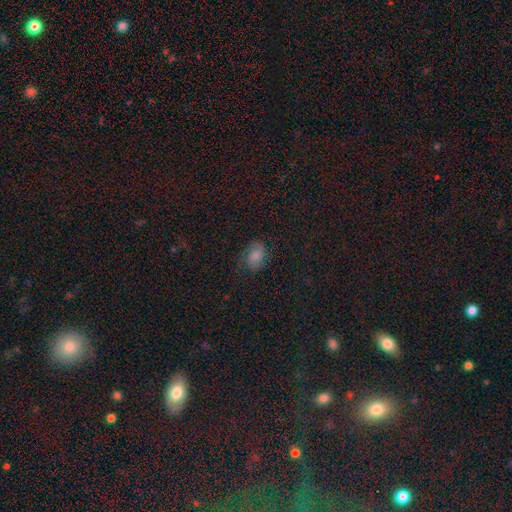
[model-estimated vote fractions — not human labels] Q: Smooth or featured?
A: smooth (55%); runner-up: featured or disk (30%)
Q: How rounded?
A: in between (81%); runner-up: round (18%)
Q: Merging?
A: none (65%); runner-up: minor disturbance (21%)